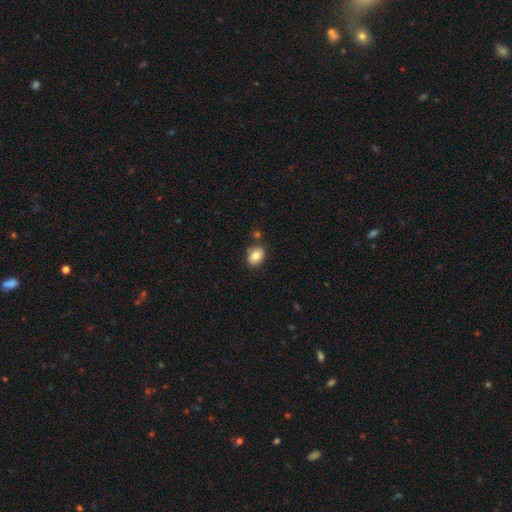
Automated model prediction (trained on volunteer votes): Q: Smooth or featured?
A: smooth (83%); runner-up: star or artifact (9%)
Q: How rounded?
A: in between (66%); runner-up: round (33%)
Q: Merging?
A: none (78%); runner-up: minor disturbance (12%)